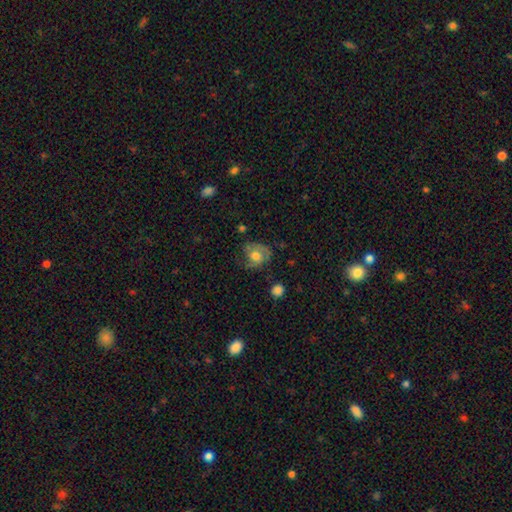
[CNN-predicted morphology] A featured or disk galaxy (52%). Merging: none (56%).